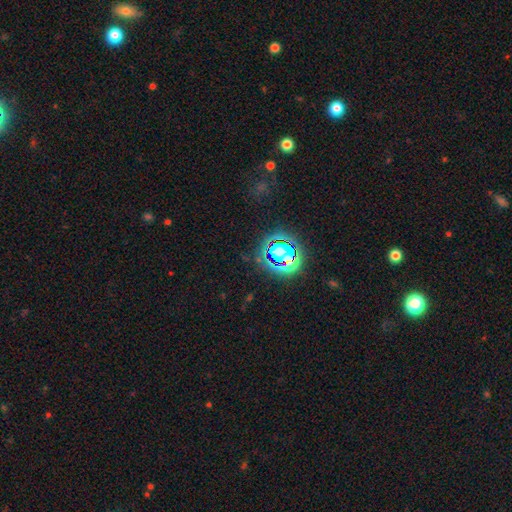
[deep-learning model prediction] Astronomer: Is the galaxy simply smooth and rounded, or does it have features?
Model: star or artifact — 80%.